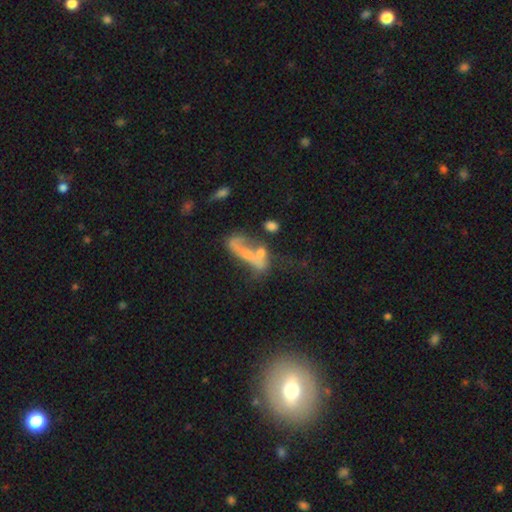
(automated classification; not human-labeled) smooth_or_featured: featured or disk (p=0.51) [alt: smooth p=0.36]
disk_edge_on: no (p=0.80) [alt: yes p=0.20]
merging: merger (p=0.42) [alt: major disturbance p=0.24]